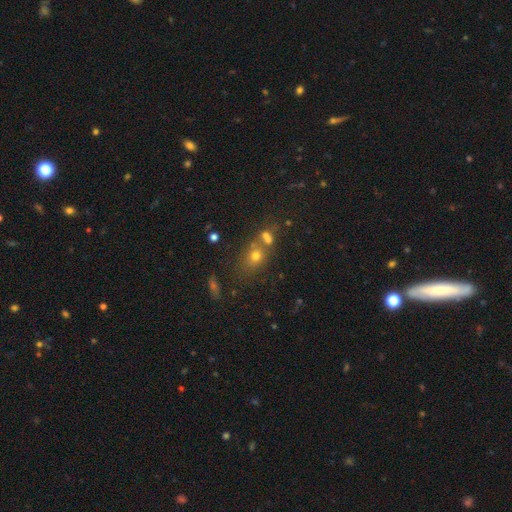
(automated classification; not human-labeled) This appears to be a smooth galaxy with no disk features (61%) that is round (59%). Merging: none (48%).